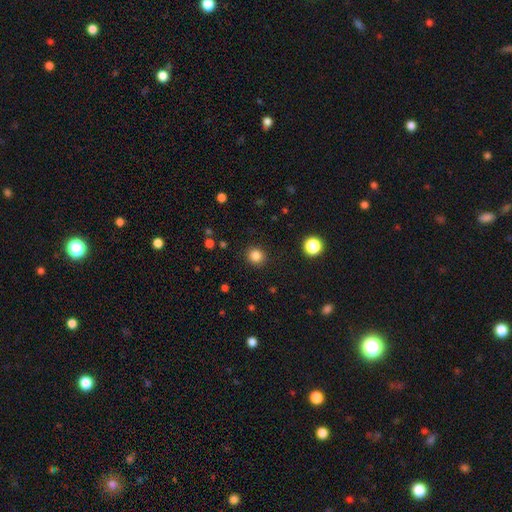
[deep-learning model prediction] Overall: smooth (84%). How rounded: round (90%). Merging: none (91%).